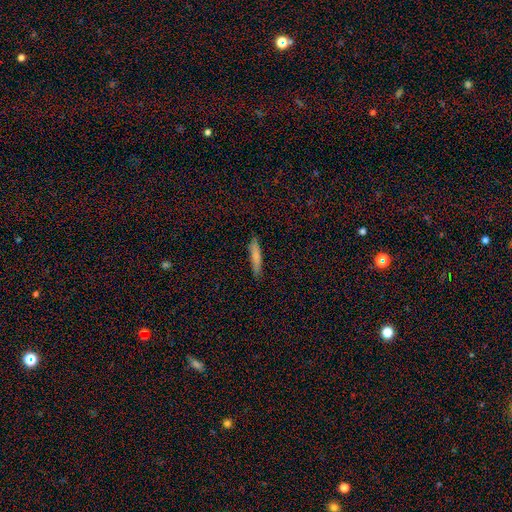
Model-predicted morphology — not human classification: This is likely a smooth galaxy (77%). How rounded: clearly cigar-shaped (89%). Merging: clearly none (86%).